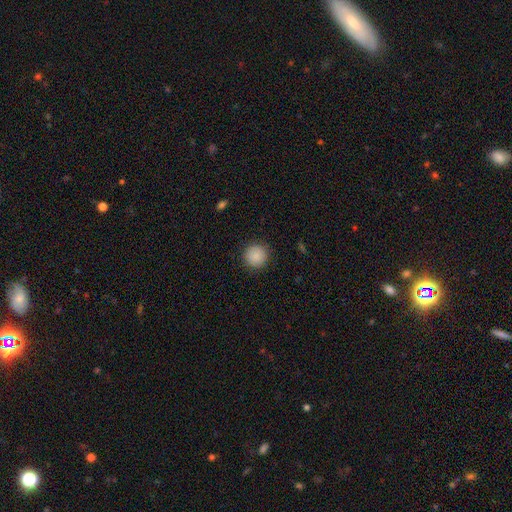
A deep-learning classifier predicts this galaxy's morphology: The model was most divided on "smooth or featured": smooth: 88%, star or artifact: 9%, featured or disk: 4%. More confident: how rounded — round (95%); merging — none (91%).